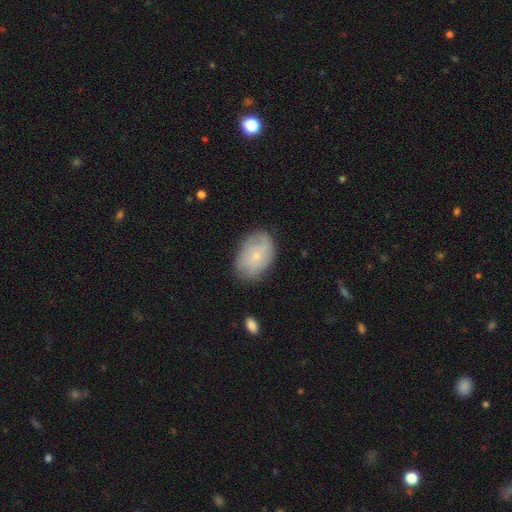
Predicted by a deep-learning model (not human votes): This is likely a smooth galaxy (61%). How rounded: clearly in between (85%). Merging: likely none (74%).